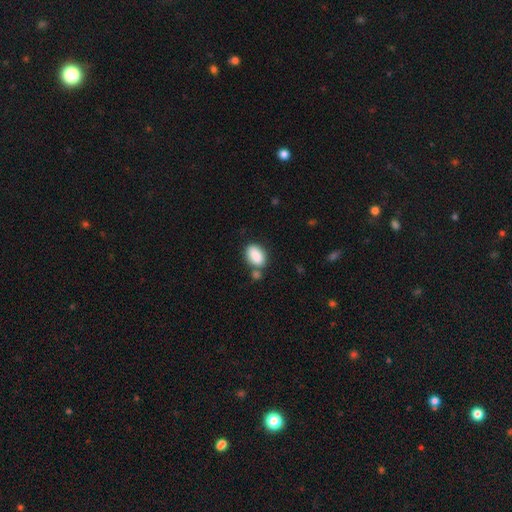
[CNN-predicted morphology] Smooth or featured?
  - smooth: 88% *
  - star or artifact: 7%
  - featured or disk: 5%
How rounded?
  - in between: 88% *
  - round: 10%
  - cigar-shaped: 2%
Merging?
  - none: 65% *
  - merger: 17%
  - minor disturbance: 14%
  - major disturbance: 4%